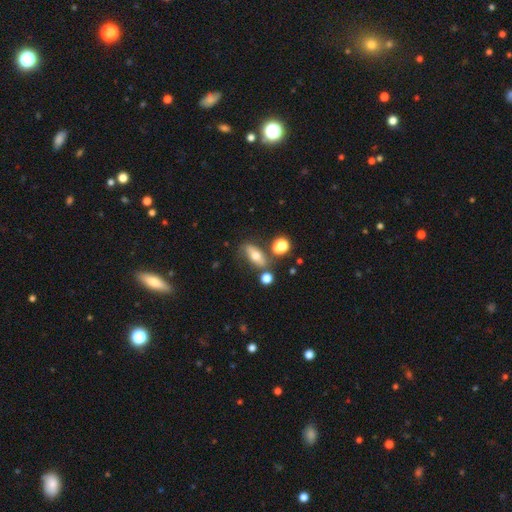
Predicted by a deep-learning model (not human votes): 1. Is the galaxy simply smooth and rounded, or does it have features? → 58% smooth, 30% featured or disk, 12% star or artifact.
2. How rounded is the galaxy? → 69% in between, 20% cigar-shaped, 10% round.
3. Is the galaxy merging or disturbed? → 65% none, 17% minor disturbance, 12% merger, 7% major disturbance.